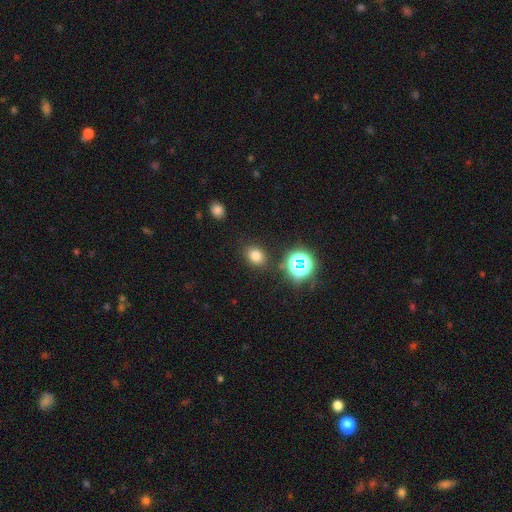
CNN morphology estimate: smooth-or-featured: smooth: 73% | star or artifact: 20% | featured or disk: 7%
  how-rounded: in between: 53% | round: 46% | cigar-shaped: 1%
  merging: none: 84% | minor disturbance: 10% | major disturbance: 4% | merger: 3%